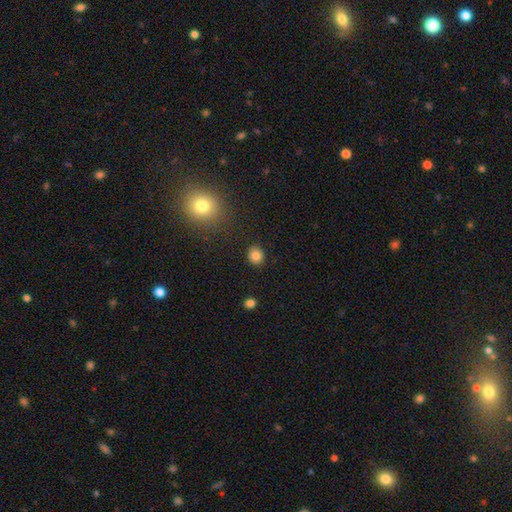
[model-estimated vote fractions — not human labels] Smooth or featured? Predicted: smooth (p=0.84). How rounded? Predicted: round (p=0.77). Merging? Predicted: none (p=0.90).